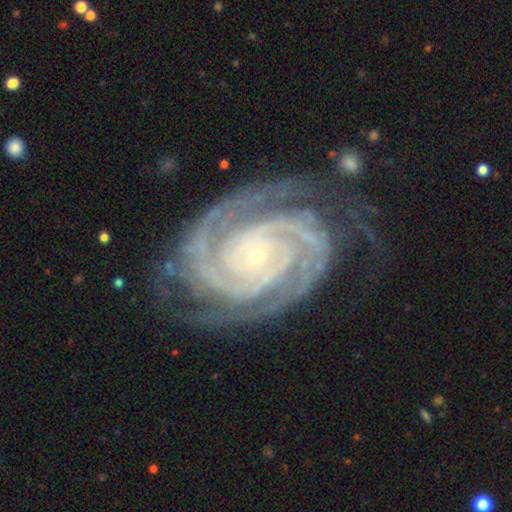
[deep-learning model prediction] A featured or disk galaxy (94%) with no bar (74%), 2 (52%) tight (84%) spiral arms (99%) and a small central bulge (88%).

Vote fractions:
- Smooth or featured? featured or disk: 94% / star or artifact: 4% / smooth: 2%
- Edge-on disk? no: 98% / yes: 2%
- Bar? no: 74% / weak: 15% / strong: 11%
- Spiral arms? yes: 99% / no: 1%
- Spiral winding? tight: 84% / medium: 14% / loose: 2%
- Spiral arm count? 2: 52% / 3: 19% / 4: 9% / can't tell: 7% / more than 4: 6% / 1: 6%
- Bulge size? small: 88% / moderate: 9% / none: 2% / large: 1% / dominant: 1%
- Merging? none: 74% / minor disturbance: 18% / major disturbance: 7% / merger: 2%